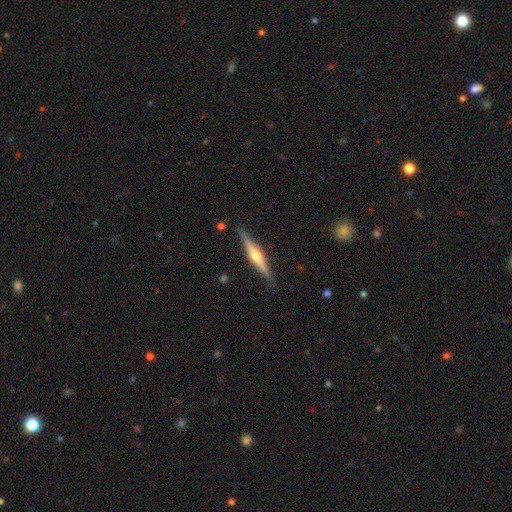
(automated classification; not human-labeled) Smooth or featured?
  - featured or disk: 75% *
  - smooth: 20%
  - star or artifact: 5%
Edge-on disk?
  - yes: 98% *
  - no: 2%
Edge-on bulge?
  - rounded: 91% *
  - boxy: 5%
  - none: 4%
Merging?
  - none: 88% *
  - minor disturbance: 9%
  - major disturbance: 2%
  - merger: 1%